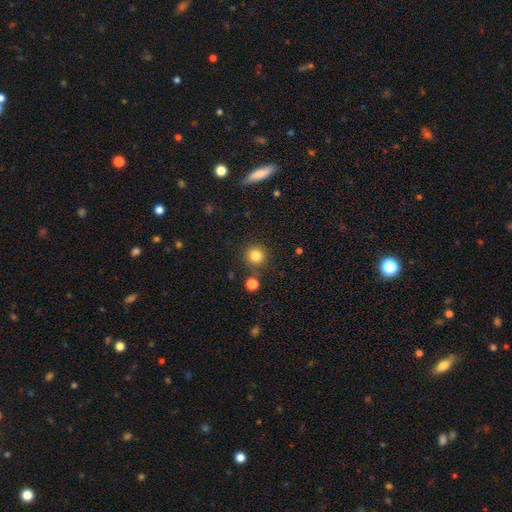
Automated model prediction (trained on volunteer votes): A smooth galaxy with no disk features (83%) that is round (94%).

Vote fractions:
- Smooth or featured? smooth: 83% / star or artifact: 12% / featured or disk: 5%
- How rounded? round: 94% / in between: 5% / cigar-shaped: 1%
- Merging? none: 85% / minor disturbance: 7% / merger: 5% / major disturbance: 3%